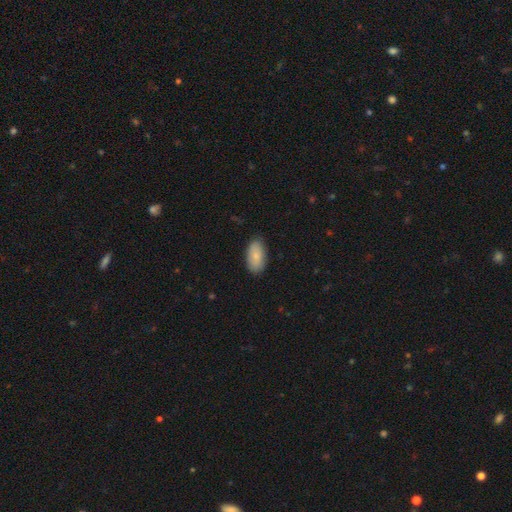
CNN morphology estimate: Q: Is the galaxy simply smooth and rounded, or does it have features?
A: smooth — 84%.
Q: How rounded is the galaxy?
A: in between — 94%.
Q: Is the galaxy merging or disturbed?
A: none — 84%.